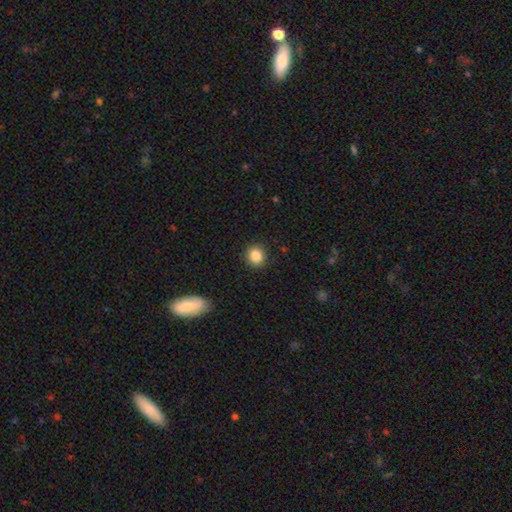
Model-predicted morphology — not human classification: A smooth galaxy with no disk features (85%) that is round (85%). Merging: none (90%).